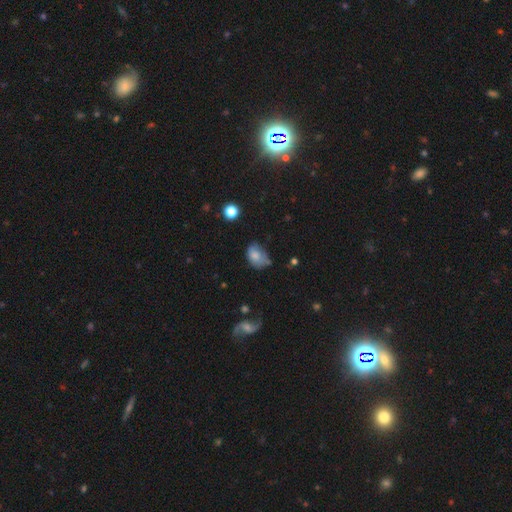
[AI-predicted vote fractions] Morphology: type=smooth (73%); roundness=in between (79%); merging=none (40%).